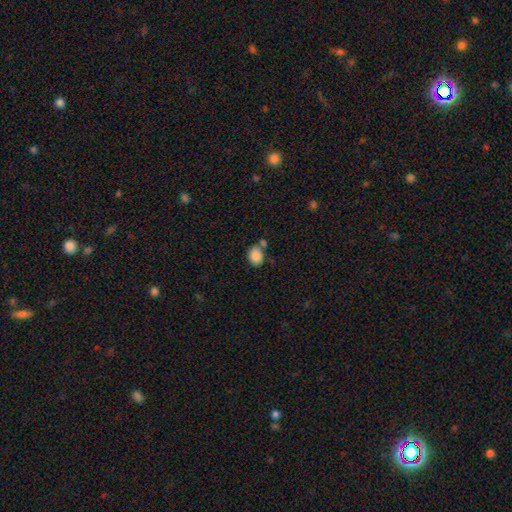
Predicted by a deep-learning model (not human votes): This appears to be a smooth galaxy with no disk features (87%) that is in between round and cigar-shaped (56%). Merging: none (58%).